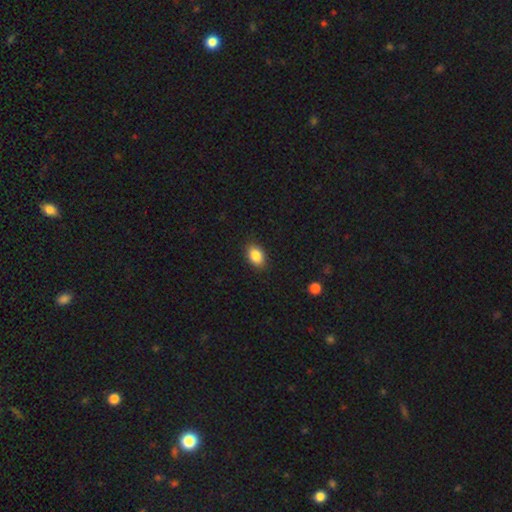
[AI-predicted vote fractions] Smooth or featured? smooth (87%)
How rounded? in between (85%)
Merging? none (87%)